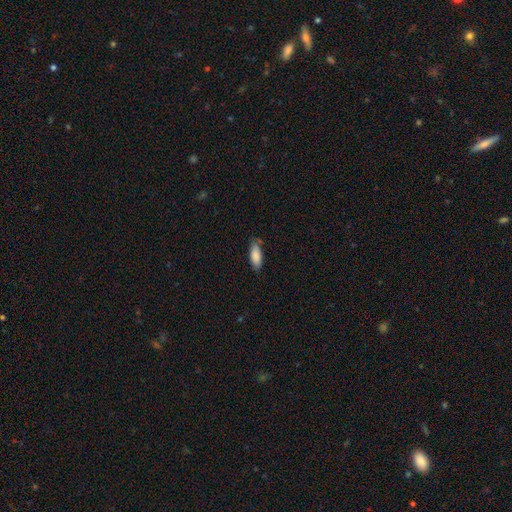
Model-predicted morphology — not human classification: smooth-or-featured: smooth: 86% | featured or disk: 7% | star or artifact: 6%
  how-rounded: in between: 76% | cigar-shaped: 23% | round: 2%
  merging: none: 70% | minor disturbance: 24% | major disturbance: 4% | merger: 2%